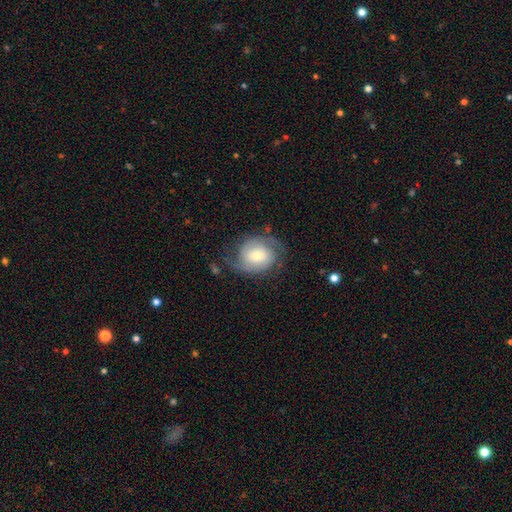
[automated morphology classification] This is likely a featured or disk galaxy (74%). It is clearly not viewed edge-on (98%). Bar: possibly no (58%). Spiral arm pattern: clearly yes (93%). Spiral arm count: clearly 2 (84%). Spiral winding: marginally medium (43%). Central bulge: possibly small (49%). Merging: likely none (68%).